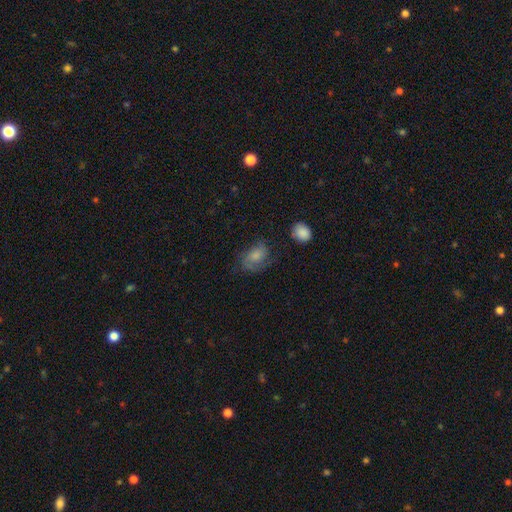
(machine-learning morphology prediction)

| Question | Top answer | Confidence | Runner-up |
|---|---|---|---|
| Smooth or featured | smooth | 64% | featured or disk (26%) |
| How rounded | in between | 76% | round (22%) |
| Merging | none | 52% | minor disturbance (27%) |